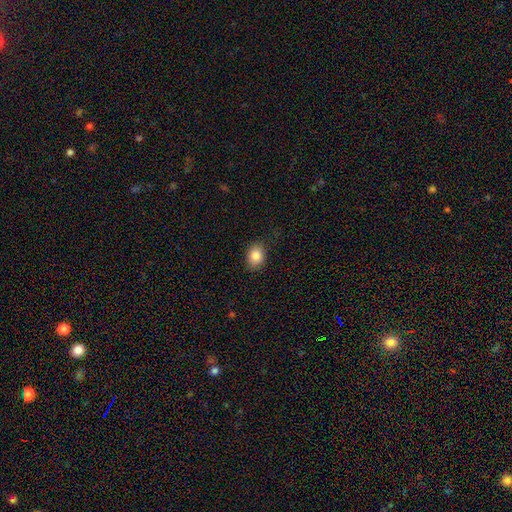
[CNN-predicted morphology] Smooth or featured? Predicted: smooth (p=0.85). How rounded? Predicted: in between (p=0.58). Merging? Predicted: none (p=0.82).